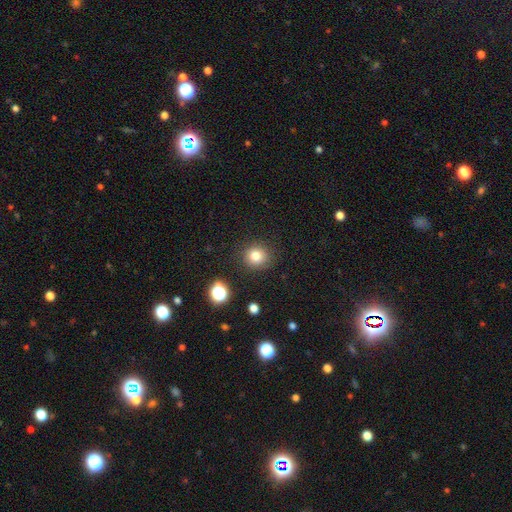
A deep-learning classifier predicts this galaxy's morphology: A smooth galaxy with no disk features (80%) that is round (89%).

Vote fractions:
- Smooth or featured? smooth: 80% / star or artifact: 13% / featured or disk: 7%
- How rounded? round: 89% / in between: 10% / cigar-shaped: 1%
- Merging? none: 88% / minor disturbance: 8% / major disturbance: 3% / merger: 2%